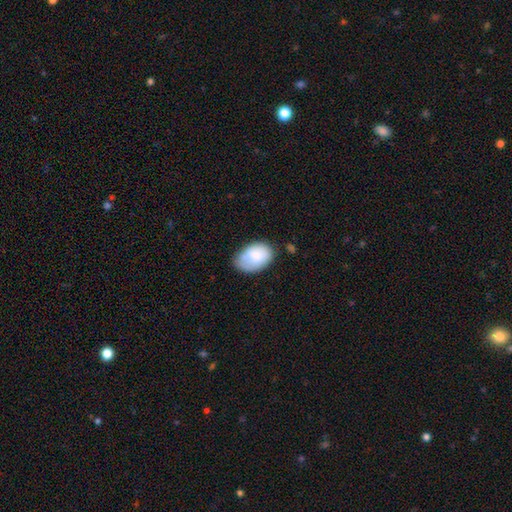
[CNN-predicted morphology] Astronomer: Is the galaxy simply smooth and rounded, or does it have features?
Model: smooth — 81%.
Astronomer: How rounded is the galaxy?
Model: in between — 88%.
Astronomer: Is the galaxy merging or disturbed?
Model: none — 53% (runner-up: minor disturbance, 32%).